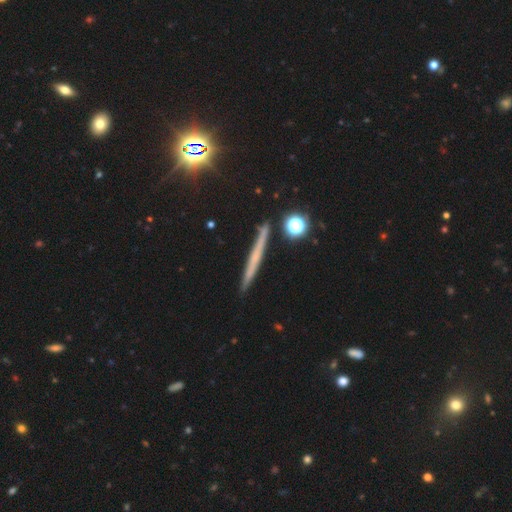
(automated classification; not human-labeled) Smooth or featured? featured or disk (50%)
Edge-on disk? yes (96%)
Merging? none (88%)